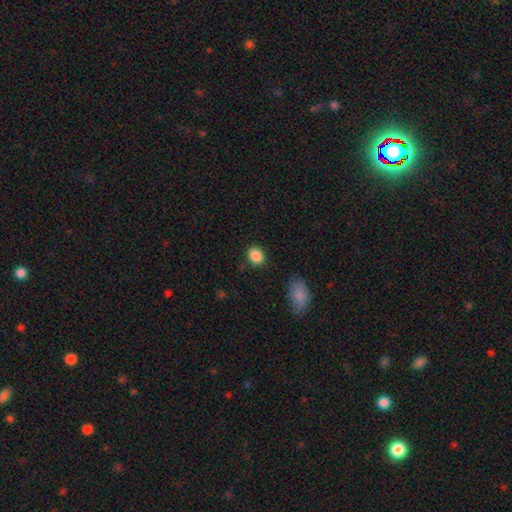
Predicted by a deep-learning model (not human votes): smooth_or_featured: smooth (p=0.88) [alt: star or artifact p=0.09]
how_rounded: round (p=0.64) [alt: in between p=0.35]
merging: none (p=0.87) [alt: minor disturbance p=0.09]